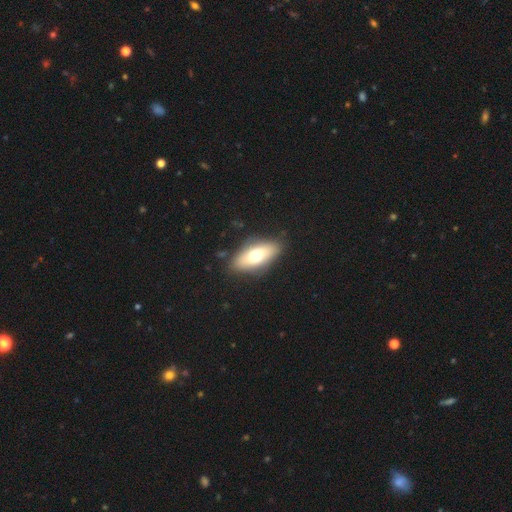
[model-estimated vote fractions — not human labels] Smooth or featured: smooth — 66% (featured or disk — 28%)
How rounded: in between — 82% (cigar-shaped — 14%)
Merging: none — 83% (minor disturbance — 12%)